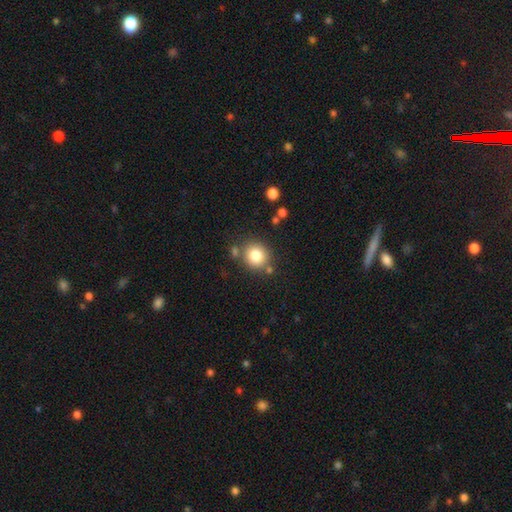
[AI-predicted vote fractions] This is clearly a smooth galaxy (82%). How rounded: clearly round (86%). Merging: likely none (78%).